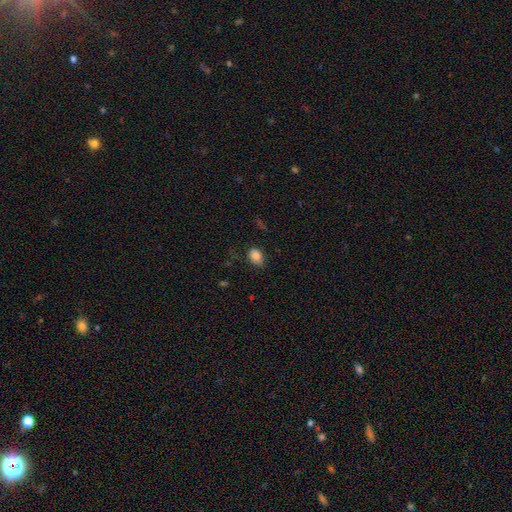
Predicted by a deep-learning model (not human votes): A smooth galaxy with no disk features (83%) that is in between round and cigar-shaped (64%). Merging: none (67%).